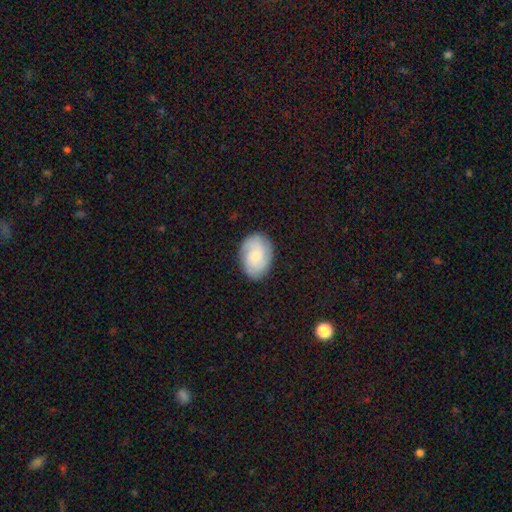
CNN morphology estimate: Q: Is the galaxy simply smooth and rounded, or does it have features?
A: featured or disk — 48%.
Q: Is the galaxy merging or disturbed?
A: none — 84%.